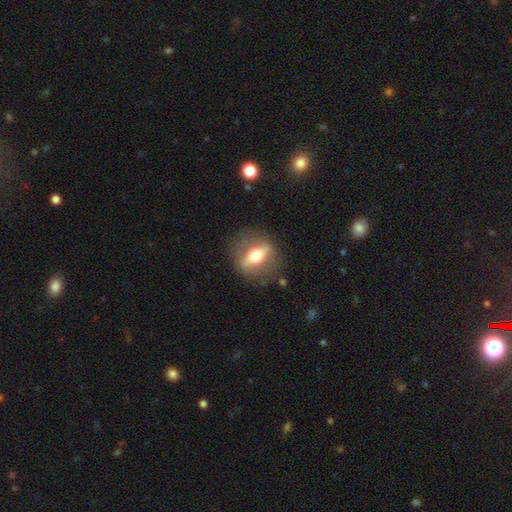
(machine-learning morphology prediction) featured or disk 65%, smooth 28%, star or artifact 7%. Down the decision tree: edge-on disk — yes (55%); merging — none (81%).